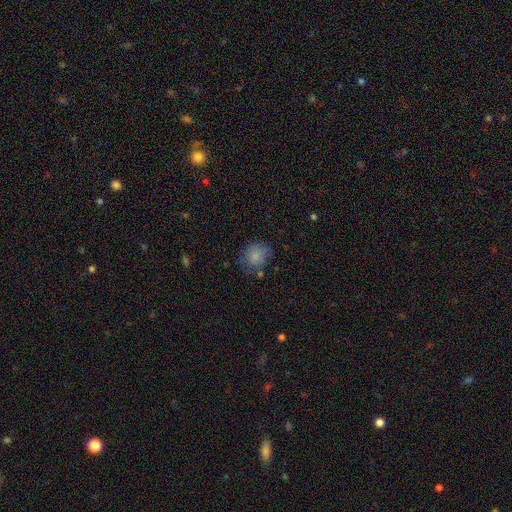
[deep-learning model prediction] Morphology: type=smooth (81%); roundness=round (76%); merging=none (65%).